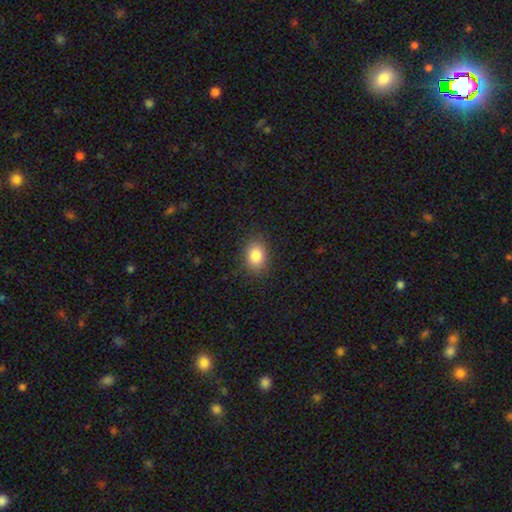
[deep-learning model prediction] This appears to be a smooth galaxy with no disk features (84%) that is in between round and cigar-shaped (65%). Merging: none (86%).